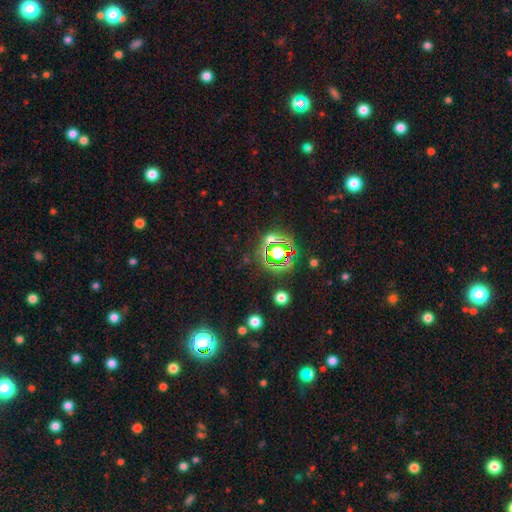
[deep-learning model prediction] smooth_or_featured: star or artifact (p=0.78) [alt: smooth p=0.15]